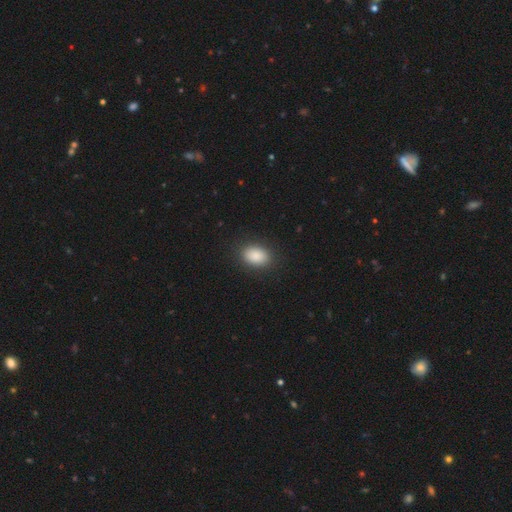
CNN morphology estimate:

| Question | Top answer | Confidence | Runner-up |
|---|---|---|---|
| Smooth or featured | smooth | 89% | star or artifact (8%) |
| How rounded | in between | 86% | round (13%) |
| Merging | none | 88% | minor disturbance (8%) |